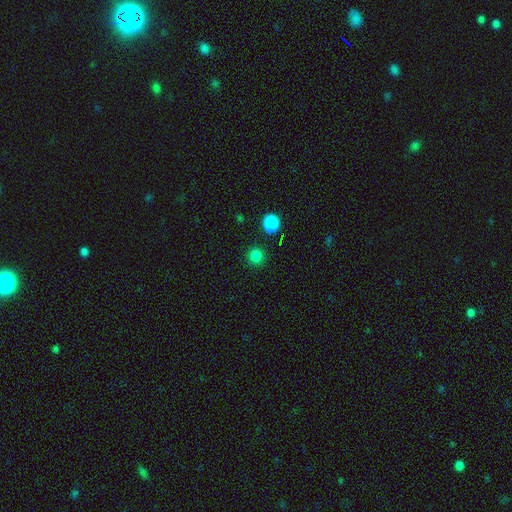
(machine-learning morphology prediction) Q: Smooth or featured?
A: smooth (83%); runner-up: star or artifact (14%)
Q: How rounded?
A: round (92%); runner-up: in between (7%)
Q: Merging?
A: none (89%); runner-up: minor disturbance (6%)